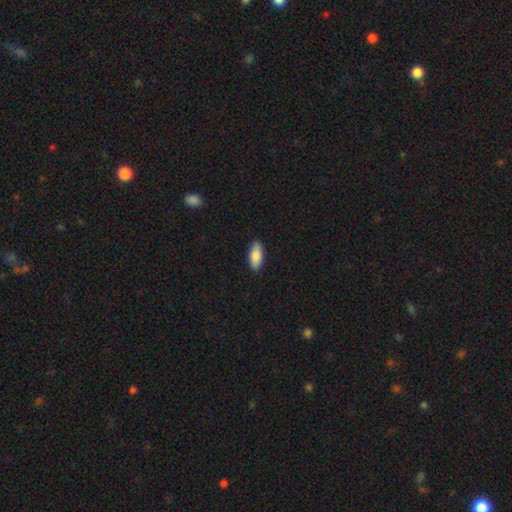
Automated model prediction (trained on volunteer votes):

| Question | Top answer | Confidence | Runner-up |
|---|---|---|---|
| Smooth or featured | smooth | 84% | featured or disk (10%) |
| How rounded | in between | 86% | cigar-shaped (12%) |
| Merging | none | 90% | minor disturbance (8%) |